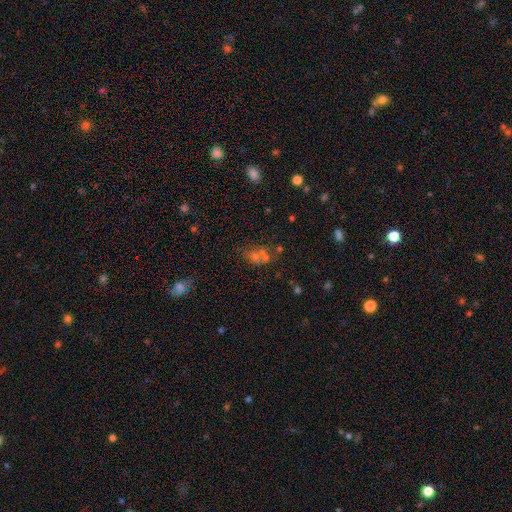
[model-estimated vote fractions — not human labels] Morphology: type=smooth (43%); merging=none (44%).